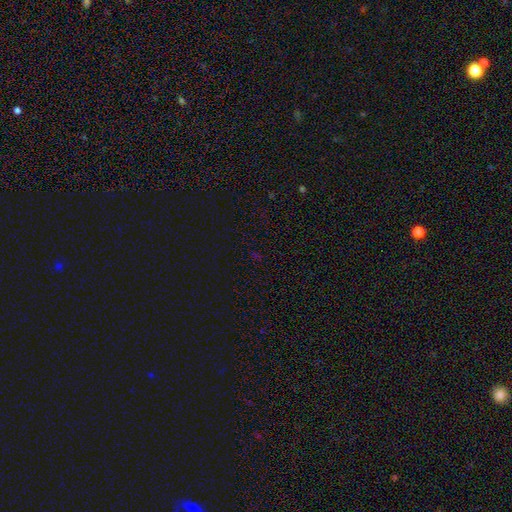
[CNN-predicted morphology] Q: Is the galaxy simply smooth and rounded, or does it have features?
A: star or artifact — 71%.